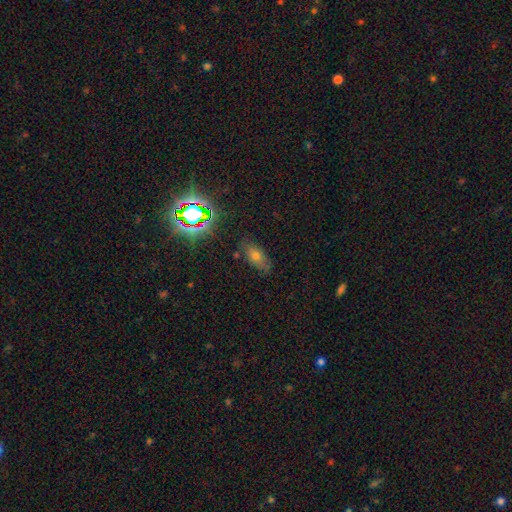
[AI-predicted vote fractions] A smooth galaxy with no disk features (55%) that is in between round and cigar-shaped (83%). Merging: none (75%).